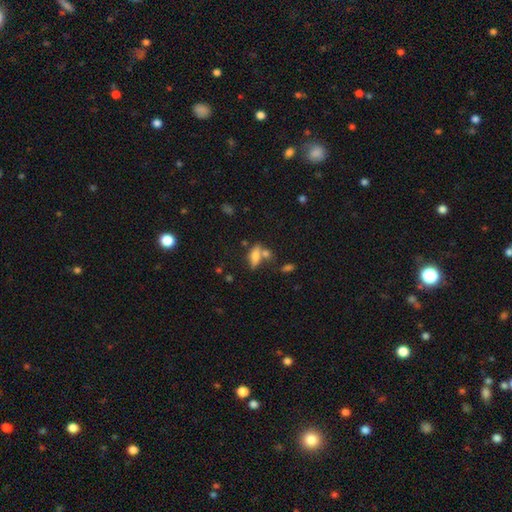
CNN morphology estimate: This is likely a smooth galaxy (70%). How rounded: likely in between (70%). Merging: possibly none (47%).